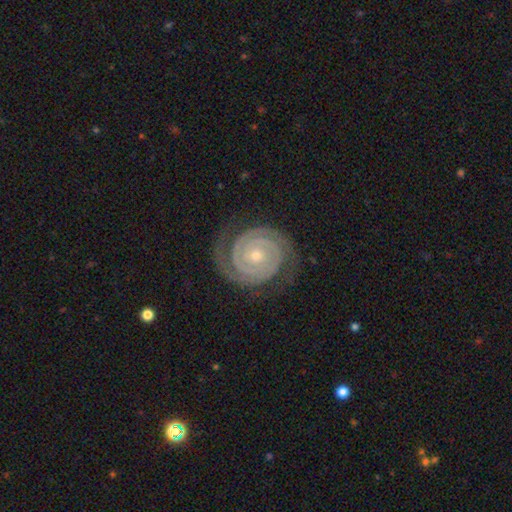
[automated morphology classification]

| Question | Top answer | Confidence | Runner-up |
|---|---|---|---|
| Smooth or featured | featured or disk | 92% | star or artifact (4%) |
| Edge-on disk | no | 98% | yes (2%) |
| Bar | no | 73% | weak (18%) |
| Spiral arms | yes | 99% | no (1%) |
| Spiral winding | tight | 87% | medium (11%) |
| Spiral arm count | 2 | 87% | 3 (5%) |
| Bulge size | small | 64% | moderate (33%) |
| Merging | none | 83% | minor disturbance (12%) |